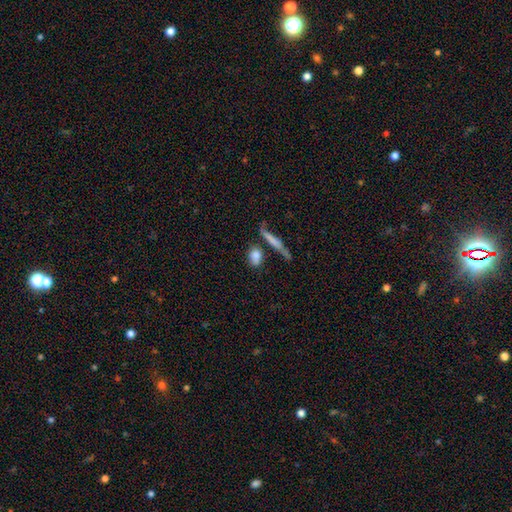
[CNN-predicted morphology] smooth_or_featured: smooth (p=0.79) [alt: featured or disk p=0.13]
how_rounded: in between (p=0.63) [alt: round p=0.19]
merging: none (p=0.56) [alt: merger p=0.19]